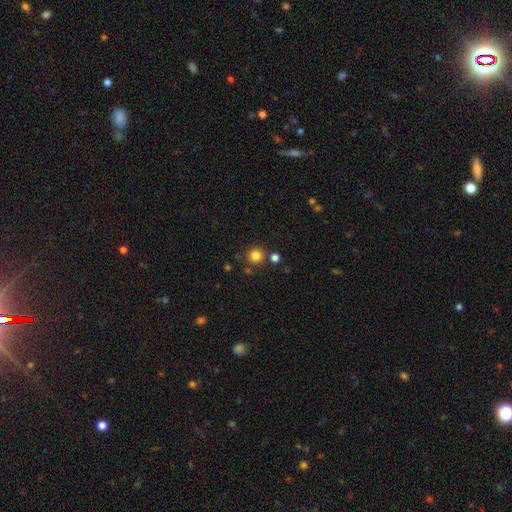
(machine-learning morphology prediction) The model was most divided on "smooth or featured": smooth: 82%, star or artifact: 13%, featured or disk: 5%. More confident: how rounded — round (94%); merging — none (82%).